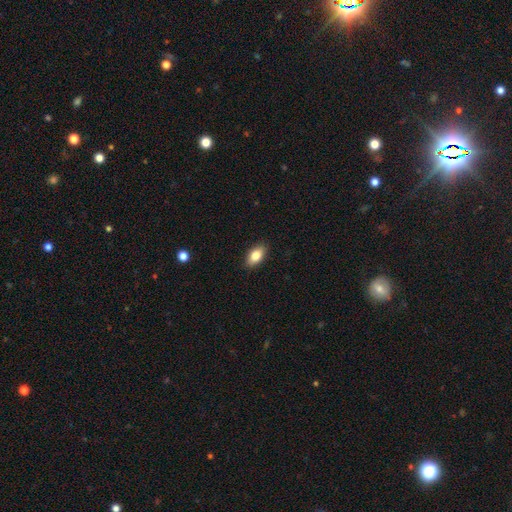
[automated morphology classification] type=smooth (82%); roundness=in between (90%); merging=none (89%).